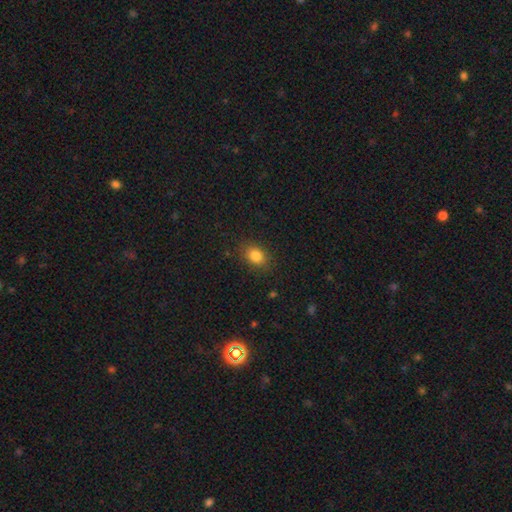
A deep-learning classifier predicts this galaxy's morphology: Overall: smooth (84%). How rounded: in between (66%; round 33%). Merging: none (85%).